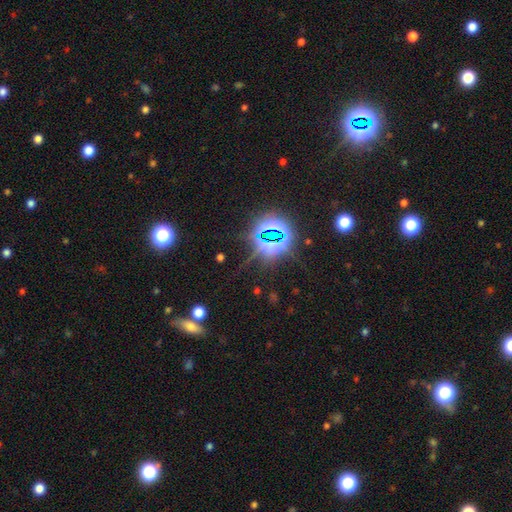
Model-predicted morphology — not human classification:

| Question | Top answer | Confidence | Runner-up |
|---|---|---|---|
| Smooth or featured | star or artifact | 78% | smooth (13%) |